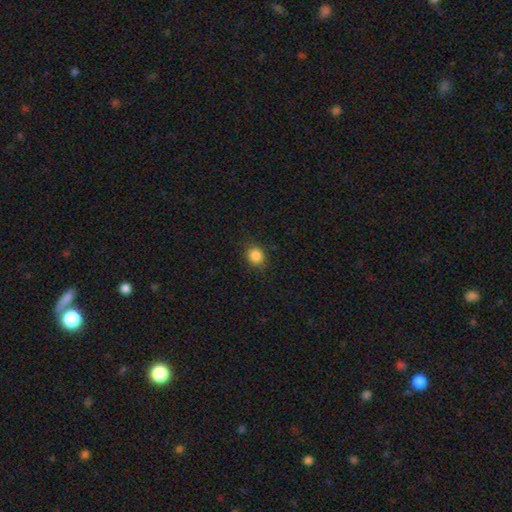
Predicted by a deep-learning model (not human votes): Smooth or featured?
  - smooth: 86% *
  - star or artifact: 10%
  - featured or disk: 4%
How rounded?
  - round: 76% *
  - in between: 23%
  - cigar-shaped: 1%
Merging?
  - none: 85% *
  - minor disturbance: 12%
  - major disturbance: 3%
  - merger: 1%